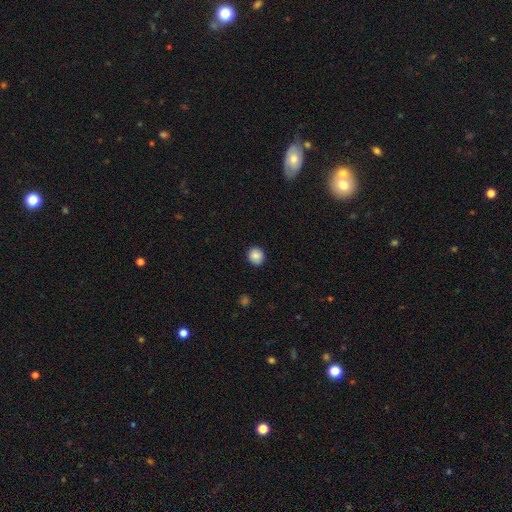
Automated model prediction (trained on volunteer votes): Smooth or featured: smooth — 87% (star or artifact — 9%)
How rounded: round — 89% (in between — 10%)
Merging: none — 89% (minor disturbance — 8%)